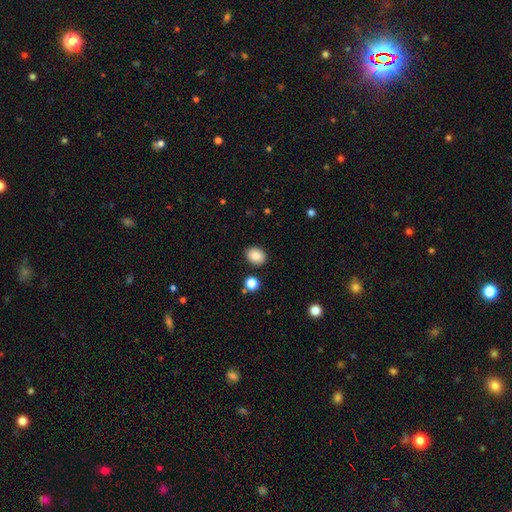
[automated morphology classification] Q: Smooth or featured?
A: smooth (86%); runner-up: star or artifact (9%)
Q: How rounded?
A: in between (58%); runner-up: round (41%)
Q: Merging?
A: none (87%); runner-up: minor disturbance (8%)